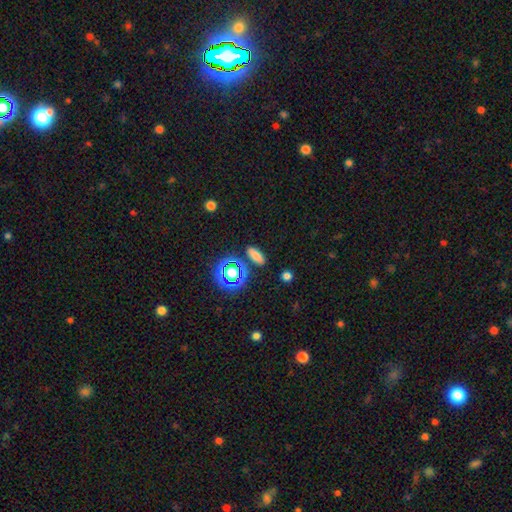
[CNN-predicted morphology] Smooth or featured? Predicted: smooth (p=0.70). How rounded? Predicted: in between (p=0.66). Merging? Predicted: none (p=0.84).